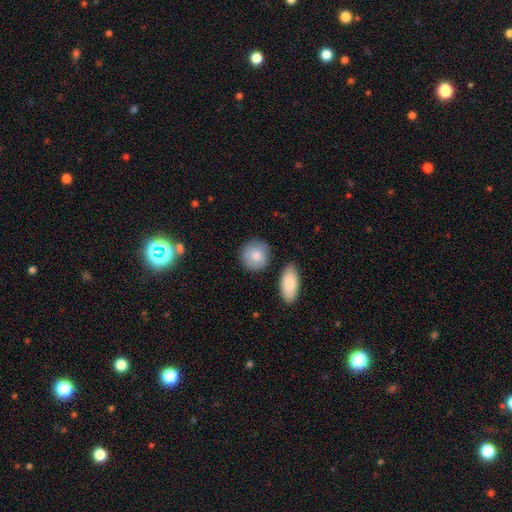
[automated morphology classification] Smooth or featured? Predicted: smooth (p=0.82). How rounded? Predicted: round (p=0.86). Merging? Predicted: none (p=0.79).